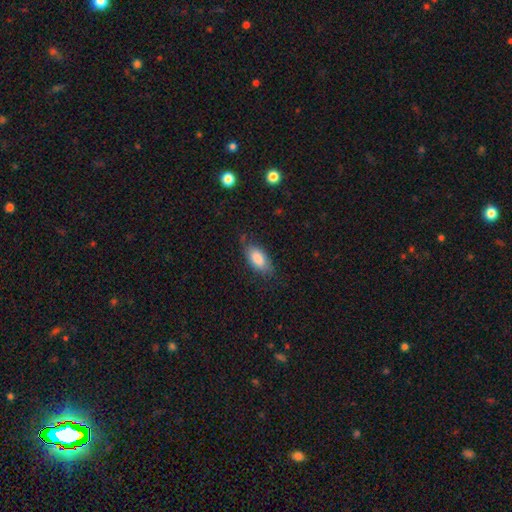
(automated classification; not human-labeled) This is clearly a smooth galaxy (82%). How rounded: clearly in between (88%). Merging: likely none (74%).